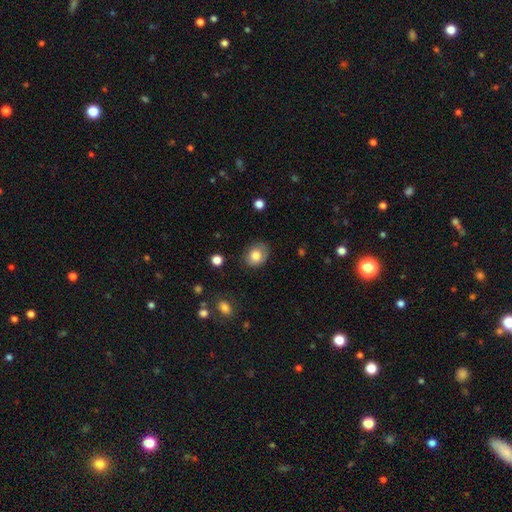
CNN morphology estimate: A smooth galaxy with no disk features (80%) that is round (53%).

Vote fractions:
- Smooth or featured? smooth: 80% / featured or disk: 11% / star or artifact: 9%
- How rounded? round: 53% / in between: 46% / cigar-shaped: 1%
- Merging? none: 76% / minor disturbance: 18% / major disturbance: 5% / merger: 1%